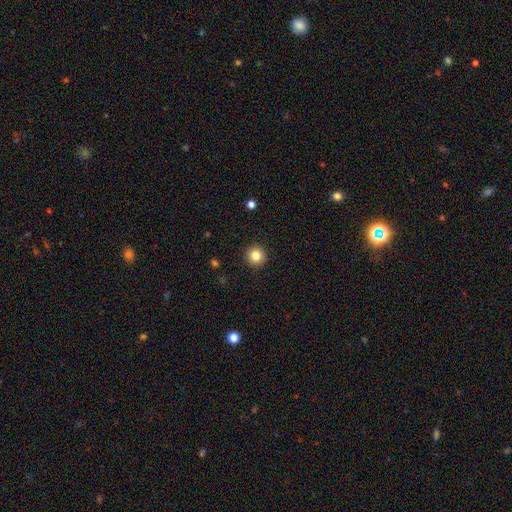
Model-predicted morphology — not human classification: smooth_or_featured: smooth (p=0.84) [alt: star or artifact p=0.11]
how_rounded: round (p=0.95) [alt: in between p=0.04]
merging: none (p=0.93) [alt: minor disturbance p=0.05]